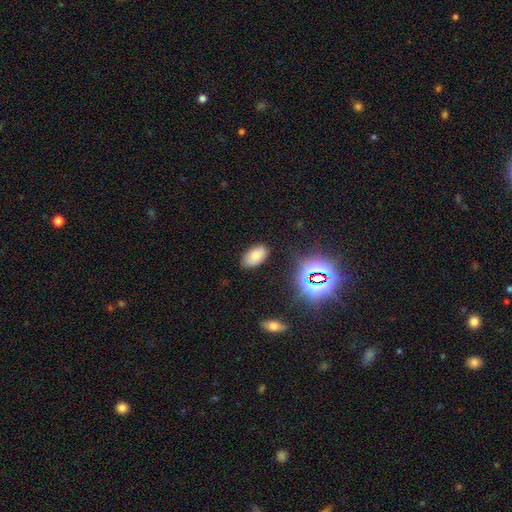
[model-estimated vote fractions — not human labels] smooth_or_featured: smooth (p=0.76) [alt: star or artifact p=0.15]
how_rounded: in between (p=0.94) [alt: round p=0.05]
merging: none (p=0.83) [alt: minor disturbance p=0.13]